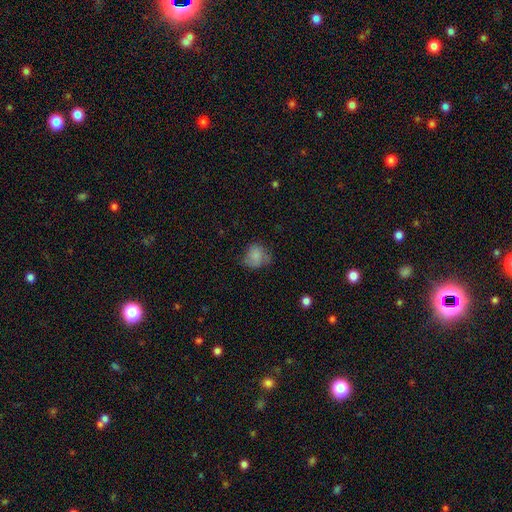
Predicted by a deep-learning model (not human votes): A smooth galaxy with no disk features (75%) that is round (68%). Merging: none (50%).